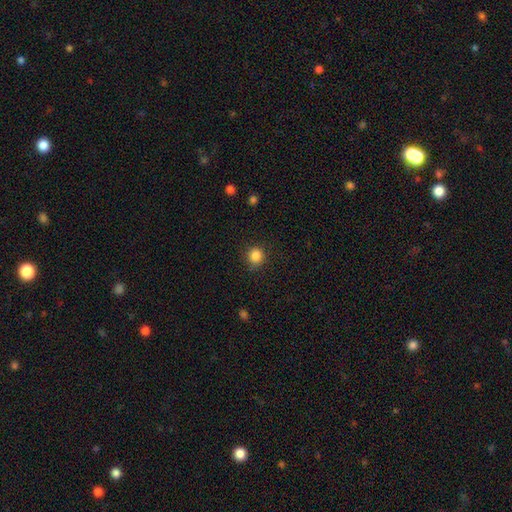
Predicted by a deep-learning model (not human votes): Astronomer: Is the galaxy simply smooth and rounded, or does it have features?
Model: smooth — 85%.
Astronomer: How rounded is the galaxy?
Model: round — 90%.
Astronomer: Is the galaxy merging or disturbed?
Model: none — 85%.